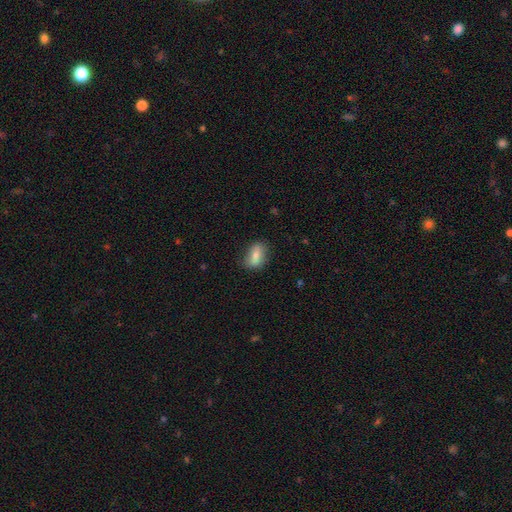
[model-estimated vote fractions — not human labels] smooth 74%, featured or disk 19%, star or artifact 7%. Down the decision tree: how rounded — in between (82%); merging — none (76%).